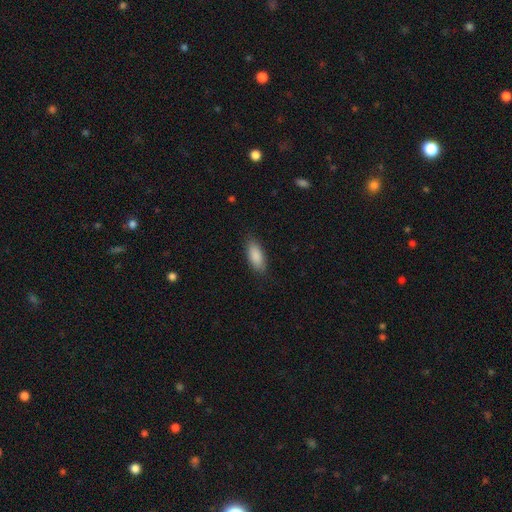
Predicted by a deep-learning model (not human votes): The model was most divided on "how rounded": in between: 81%, cigar-shaped: 17%, round: 2%. More confident: smooth or featured — smooth (88%); merging — none (85%).